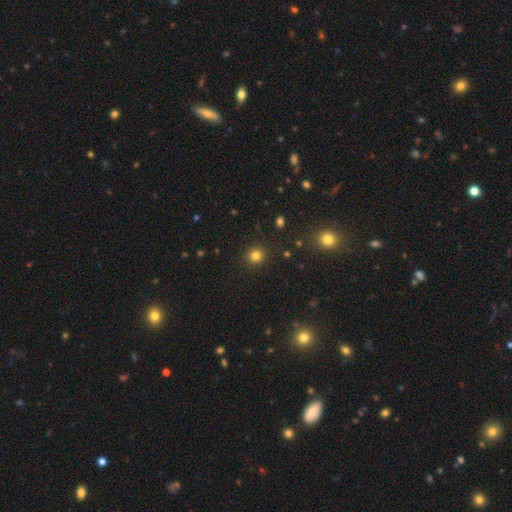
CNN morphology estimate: This appears to be a smooth galaxy with no disk features (81%) that is round (94%). Merging: none (91%).